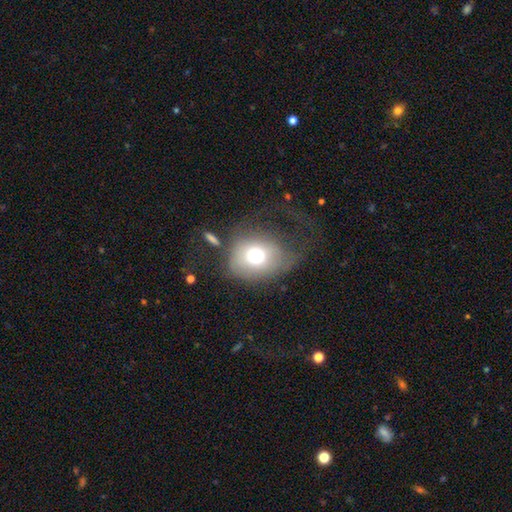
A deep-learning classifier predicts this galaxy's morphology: Smooth or featured? smooth (70%)
How rounded? round (69%)
Merging? none (41%)